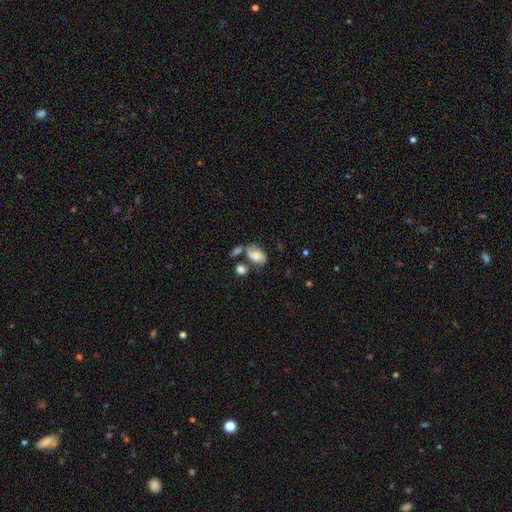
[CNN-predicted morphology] Smooth or featured? Predicted: smooth (p=0.67). How rounded? Predicted: in between (p=0.87). Merging? Predicted: none (p=0.43).